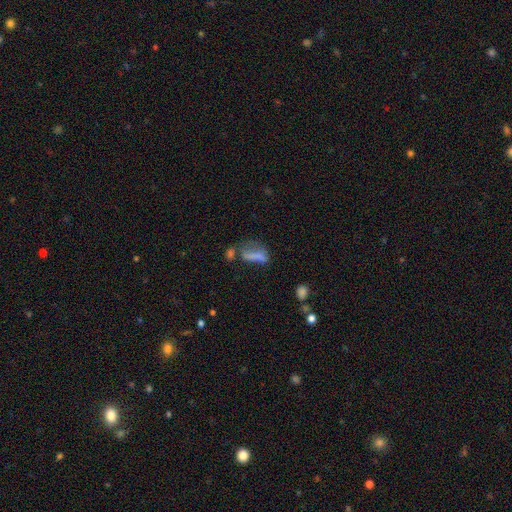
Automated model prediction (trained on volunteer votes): Overall: smooth (64%). How rounded: in between (57%; cigar-shaped 37%). Merging: major disturbance (32%; none 25%).